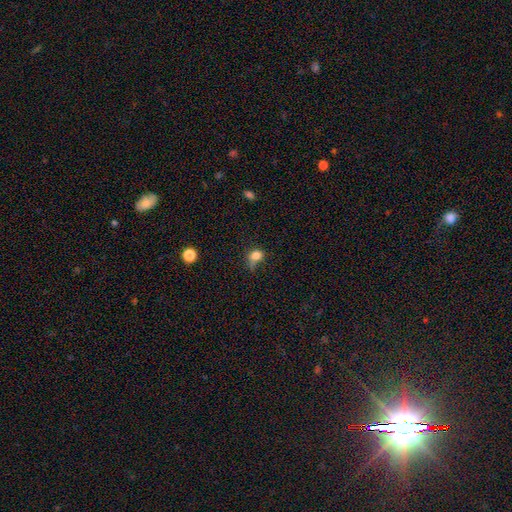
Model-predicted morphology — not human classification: A smooth galaxy with no disk features (79%) that is round (52%). Merging: none (38%).